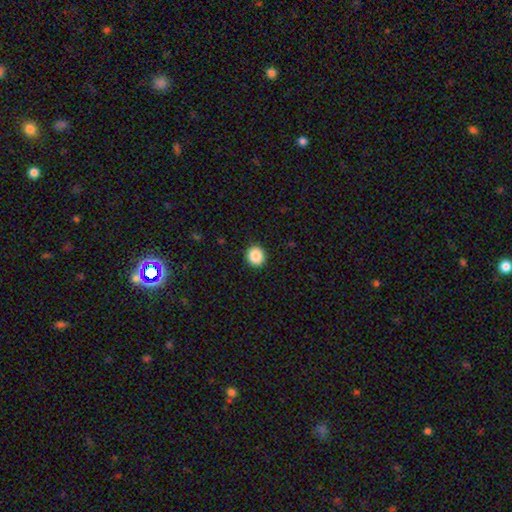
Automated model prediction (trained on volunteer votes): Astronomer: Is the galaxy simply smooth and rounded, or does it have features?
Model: smooth — 88%.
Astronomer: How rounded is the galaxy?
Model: round — 89%.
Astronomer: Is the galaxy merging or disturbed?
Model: none — 92%.